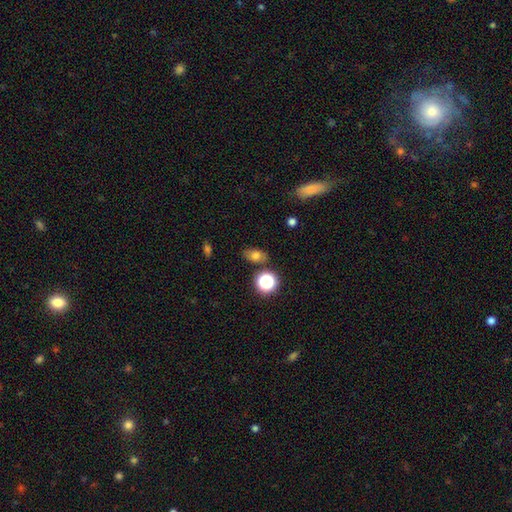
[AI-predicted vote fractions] The model was most divided on "how rounded": in between: 74%, round: 23%, cigar-shaped: 2%. More confident: merging — none (79%); smooth or featured — smooth (71%).